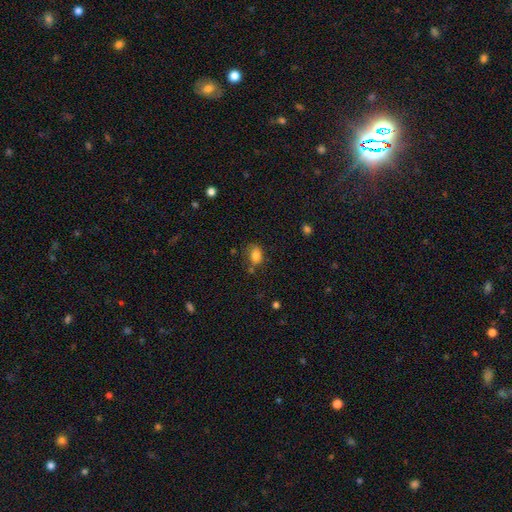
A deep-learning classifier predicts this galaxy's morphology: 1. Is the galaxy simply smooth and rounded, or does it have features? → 82% smooth, 10% star or artifact, 7% featured or disk.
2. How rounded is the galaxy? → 73% in between, 25% round, 1% cigar-shaped.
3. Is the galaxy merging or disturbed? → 60% none, 24% minor disturbance, 8% merger, 7% major disturbance.